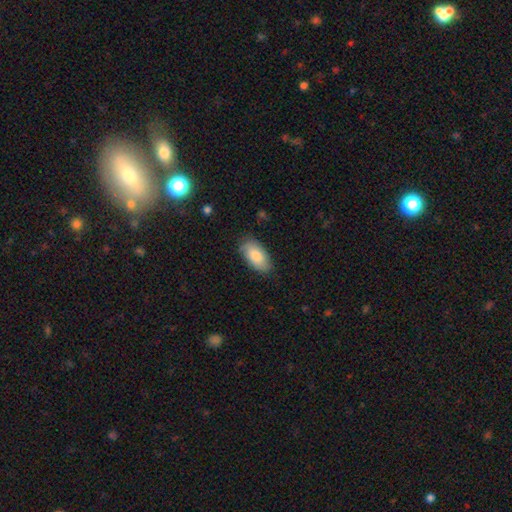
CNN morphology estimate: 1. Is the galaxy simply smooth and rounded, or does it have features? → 82% smooth, 12% featured or disk, 6% star or artifact.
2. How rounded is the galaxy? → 94% in between, 4% cigar-shaped, 3% round.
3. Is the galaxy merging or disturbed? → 81% none, 15% minor disturbance, 3% major disturbance, 1% merger.